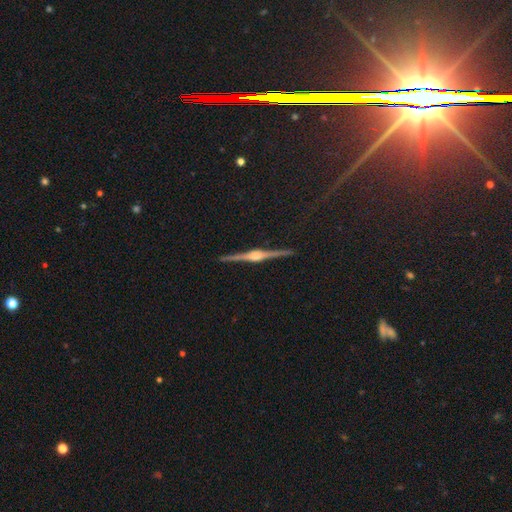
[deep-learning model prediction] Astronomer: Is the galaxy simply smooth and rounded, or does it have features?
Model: featured or disk — 89%.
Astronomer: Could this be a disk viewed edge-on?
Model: yes — 99%.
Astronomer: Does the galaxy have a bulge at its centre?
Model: rounded — 88%.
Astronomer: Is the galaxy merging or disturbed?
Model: none — 92%.